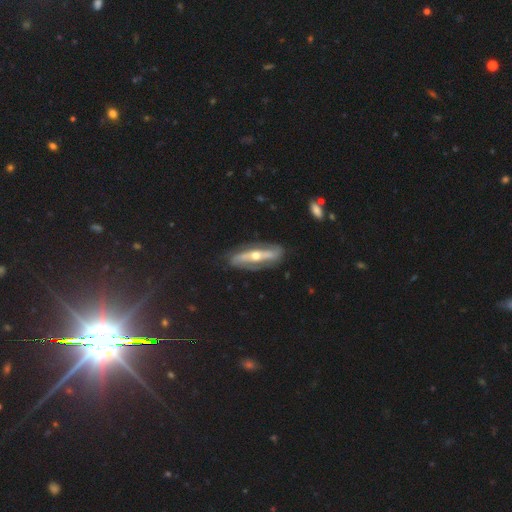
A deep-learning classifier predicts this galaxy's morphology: Smooth or featured: featured or disk — 82% (smooth — 13%)
Edge-on disk: no — 77% (yes — 23%)
Bar: strong — 48% (no — 30%)
Spiral arms: yes — 83% (no — 17%)
Spiral winding: medium — 37% (tight — 34%)
Spiral arm count: 2 — 86% (can't tell — 8%)
Bulge size: moderate — 68% (small — 26%)
Merging: none — 78% (minor disturbance — 14%)